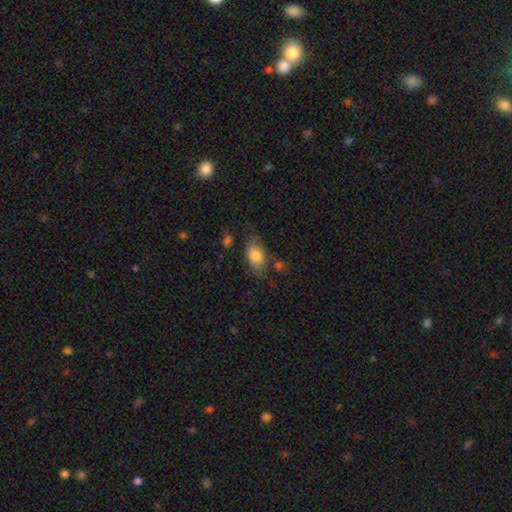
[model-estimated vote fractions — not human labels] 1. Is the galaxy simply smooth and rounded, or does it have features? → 81% smooth, 11% featured or disk, 8% star or artifact.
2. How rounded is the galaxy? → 85% in between, 12% round, 3% cigar-shaped.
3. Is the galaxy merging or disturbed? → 61% none, 24% minor disturbance, 9% major disturbance, 6% merger.